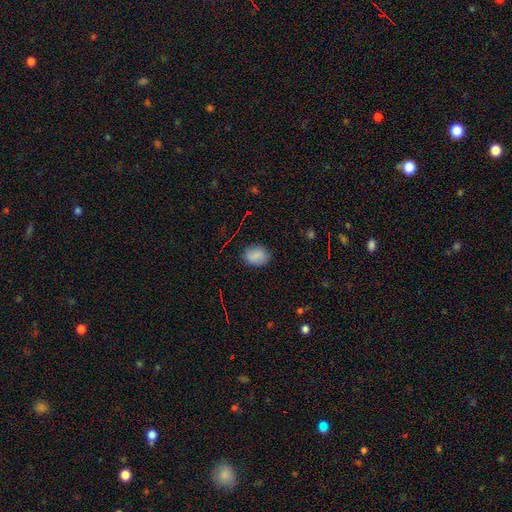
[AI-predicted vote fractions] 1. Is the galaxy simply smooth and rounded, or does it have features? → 86% smooth, 9% star or artifact, 5% featured or disk.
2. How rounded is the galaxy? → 59% in between, 40% round, 1% cigar-shaped.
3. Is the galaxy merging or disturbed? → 84% none, 12% minor disturbance, 3% major disturbance, 1% merger.